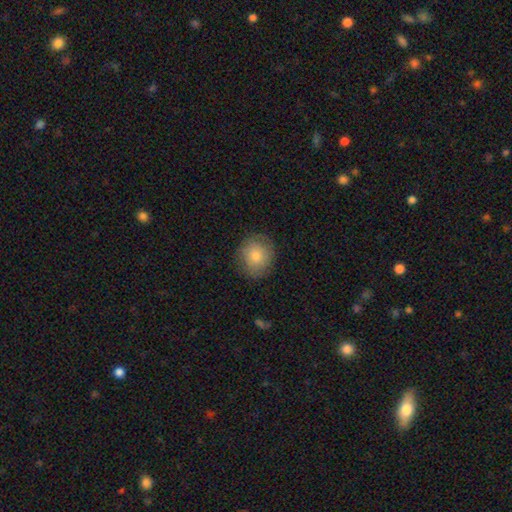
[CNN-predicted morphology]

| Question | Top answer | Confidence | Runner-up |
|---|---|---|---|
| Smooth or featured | smooth | 80% | featured or disk (12%) |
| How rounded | round | 82% | in between (17%) |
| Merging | none | 85% | minor disturbance (11%) |